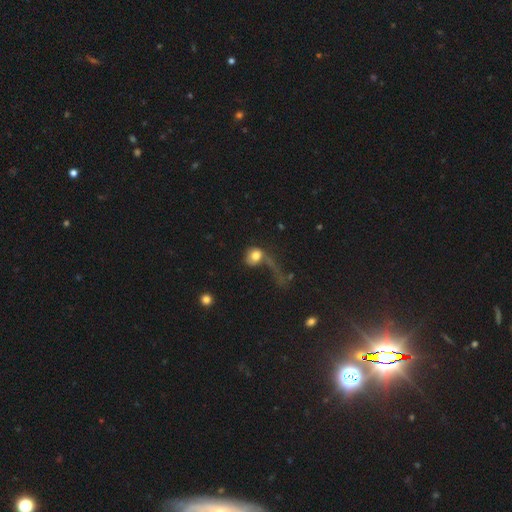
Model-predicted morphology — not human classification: Overall: smooth (72%). How rounded: round (64%; in between 33%). Merging: major disturbance (52%; none 22%).